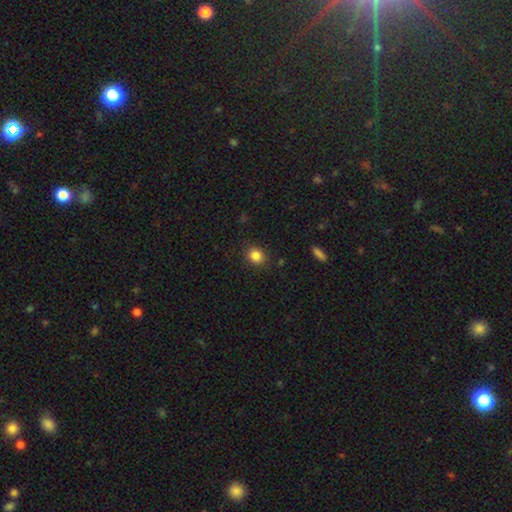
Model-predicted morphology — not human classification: Q: Smooth or featured?
A: smooth (85%); runner-up: star or artifact (11%)
Q: How rounded?
A: round (74%); runner-up: in between (25%)
Q: Merging?
A: none (87%); runner-up: minor disturbance (9%)